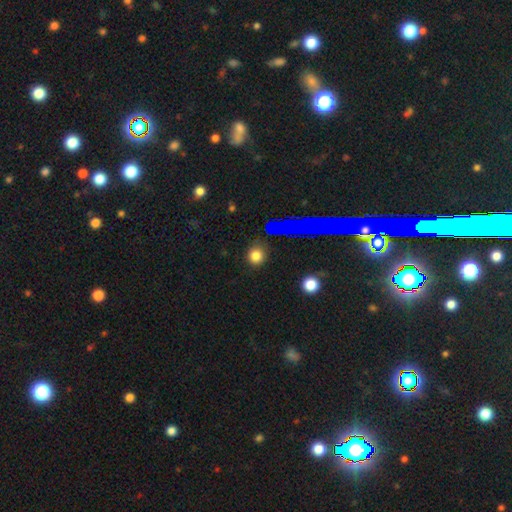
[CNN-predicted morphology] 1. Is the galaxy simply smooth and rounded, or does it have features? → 77% smooth, 16% star or artifact, 7% featured or disk.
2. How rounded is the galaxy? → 88% round, 10% in between, 1% cigar-shaped.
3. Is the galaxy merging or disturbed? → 88% none, 8% minor disturbance, 3% major disturbance, 2% merger.